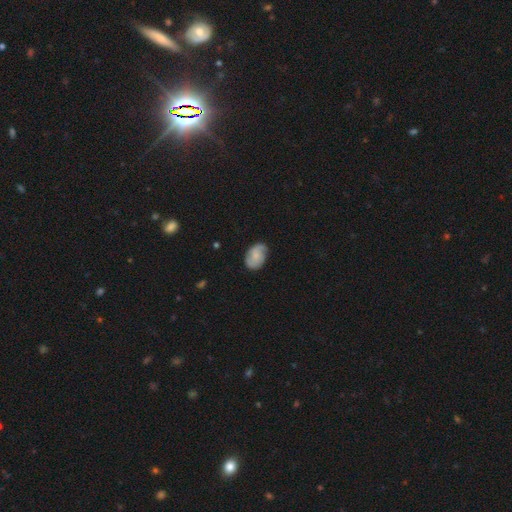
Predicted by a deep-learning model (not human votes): Smooth or featured? Predicted: featured or disk (p=0.52). Edge-on disk? Predicted: no (p=0.97). Bar? Predicted: no (p=0.65). Spiral arms? Predicted: yes (p=0.91). Bulge size? Predicted: small (p=0.50). Merging? Predicted: none (p=0.72).